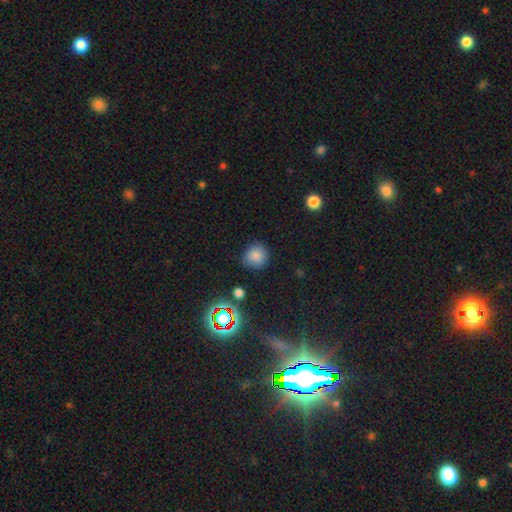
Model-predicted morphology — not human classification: Q: Smooth or featured?
A: smooth (79%); runner-up: star or artifact (14%)
Q: How rounded?
A: round (87%); runner-up: in between (12%)
Q: Merging?
A: none (78%); runner-up: minor disturbance (16%)